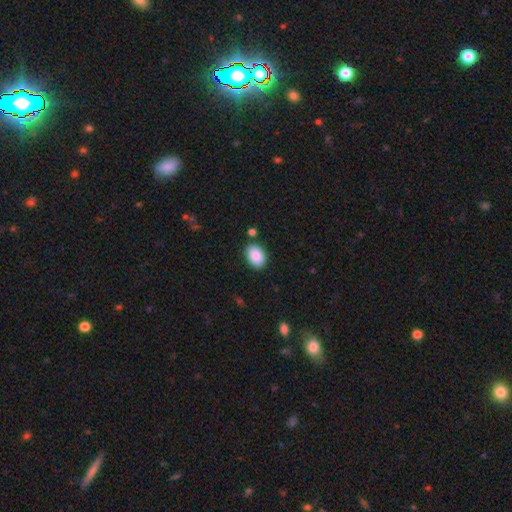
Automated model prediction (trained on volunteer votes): The model was most divided on "how rounded": in between: 86%, round: 13%, cigar-shaped: 1%. More confident: smooth or featured — smooth (89%); merging — none (83%).